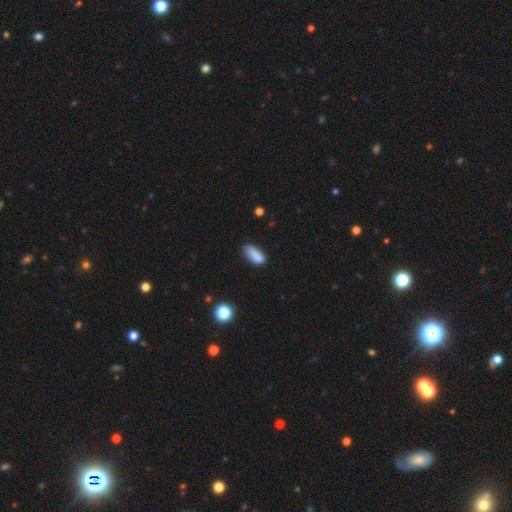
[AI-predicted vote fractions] A smooth galaxy with no disk features (83%) that is in between round and cigar-shaped (79%). Merging: none (58%).